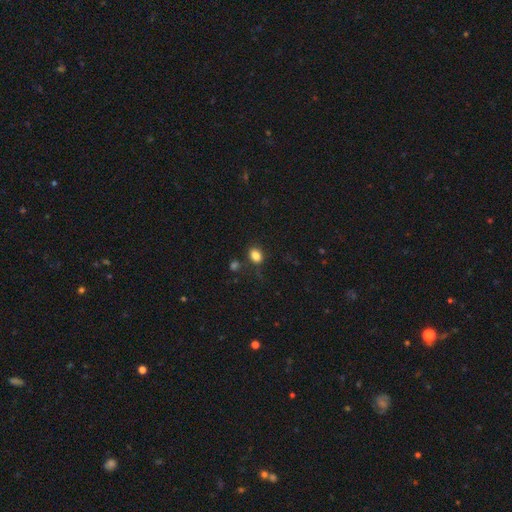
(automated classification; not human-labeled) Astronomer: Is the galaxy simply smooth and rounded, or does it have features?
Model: smooth — 84%.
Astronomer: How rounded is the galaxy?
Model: in between — 68%.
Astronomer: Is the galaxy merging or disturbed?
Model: none — 78%.